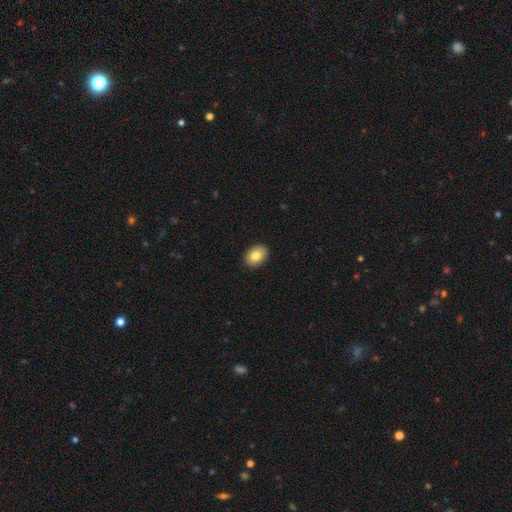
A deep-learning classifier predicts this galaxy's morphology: Q: Smooth or featured?
A: smooth (83%); runner-up: featured or disk (10%)
Q: How rounded?
A: in between (73%); runner-up: round (26%)
Q: Merging?
A: none (90%); runner-up: minor disturbance (7%)